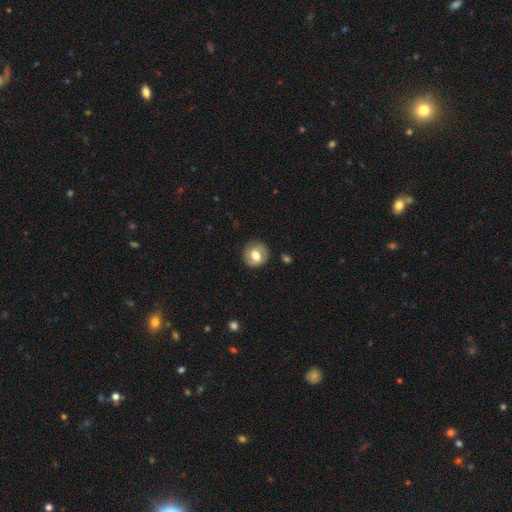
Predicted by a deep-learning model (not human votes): The model was most divided on "smooth or featured": smooth: 65%, featured or disk: 27%, star or artifact: 8%. More confident: how rounded — round (86%); merging — none (85%).